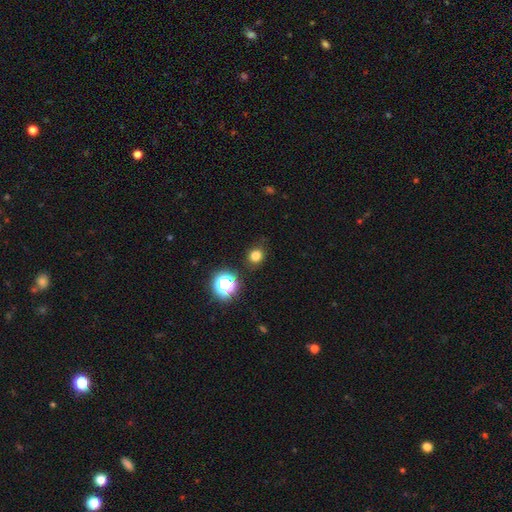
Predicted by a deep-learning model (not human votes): Smooth or featured? smooth (77%)
How rounded? round (77%)
Merging? none (87%)